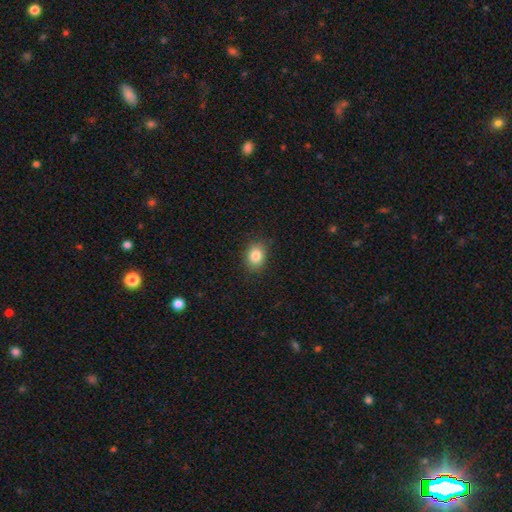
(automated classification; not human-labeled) Smooth or featured? Predicted: smooth (p=0.85). How rounded? Predicted: in between (p=0.50). Merging? Predicted: none (p=0.83).